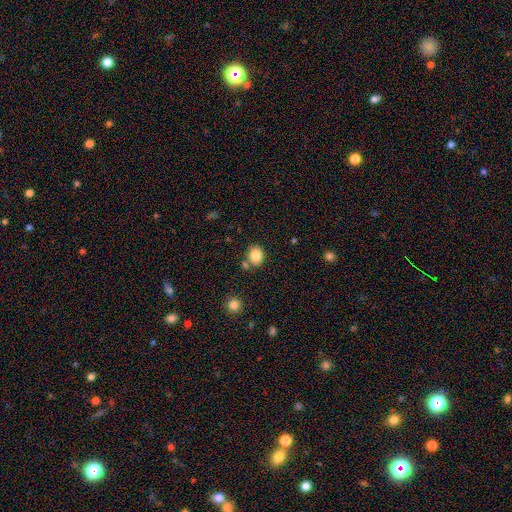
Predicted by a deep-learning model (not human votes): Overall: smooth (84%). How rounded: round (66%; in between 33%). Merging: none (75%).